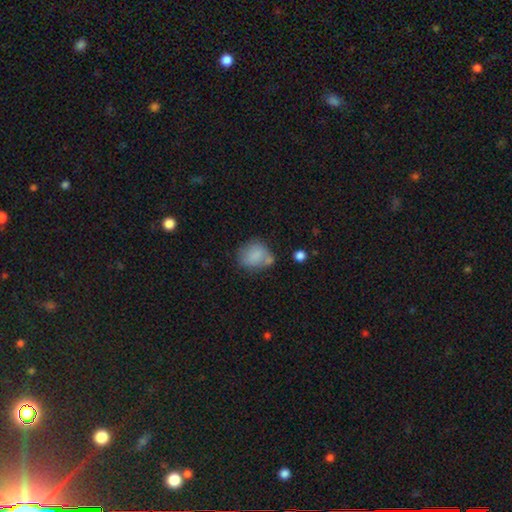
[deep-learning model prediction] Smooth or featured? smooth (80%)
How rounded? round (56%)
Merging? none (49%)